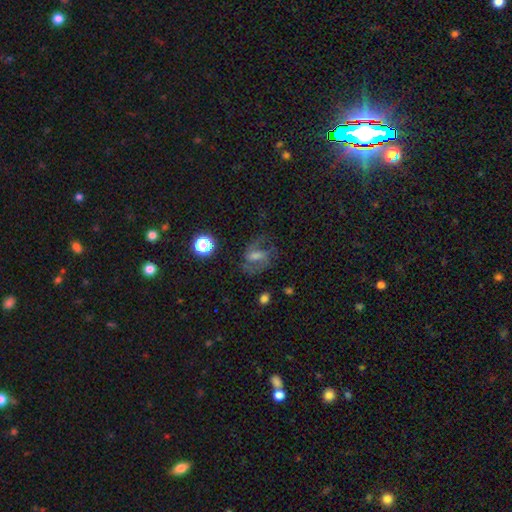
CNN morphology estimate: smooth_or_featured: featured or disk (p=0.57) [alt: smooth p=0.28]
disk_edge_on: no (p=0.95) [alt: yes p=0.05]
bar: weak (p=0.46) [alt: no p=0.29]
has_spiral_arms: yes (p=0.79) [alt: no p=0.21]
bulge_size: moderate (p=0.39) [alt: small p=0.30]
merging: none (p=0.60) [alt: minor disturbance p=0.19]